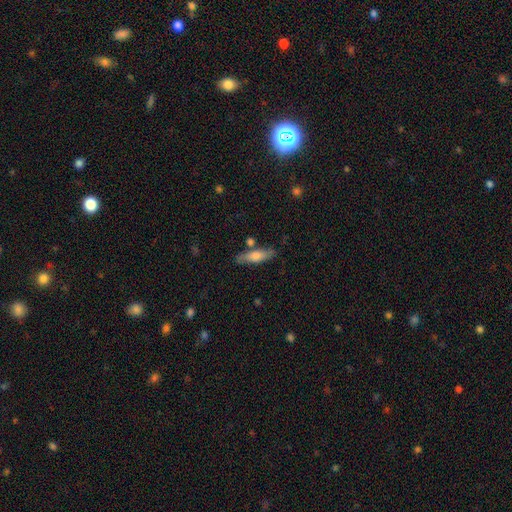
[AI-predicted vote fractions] smooth_or_featured: smooth (p=0.60) [alt: featured or disk p=0.33]
how_rounded: cigar-shaped (p=0.68) [alt: in between p=0.29]
merging: none (p=0.78) [alt: minor disturbance p=0.13]